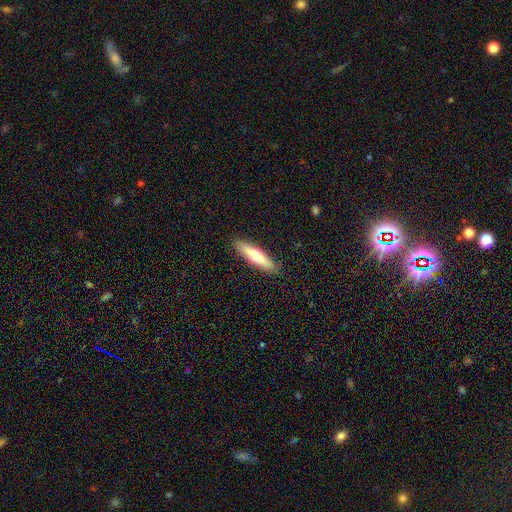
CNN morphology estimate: This appears to be a smooth galaxy with no disk features (65%) that is cigar-shaped (79%). Merging: none (90%).